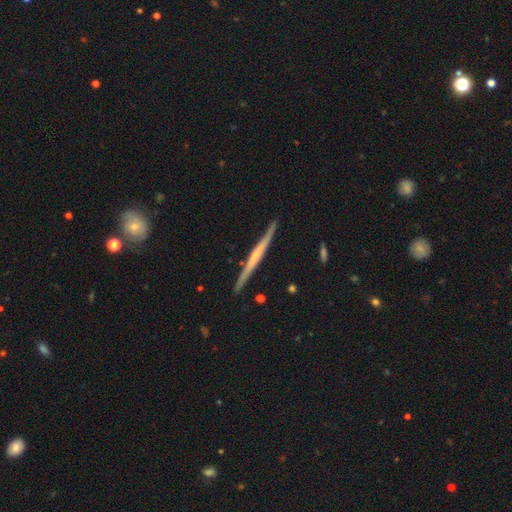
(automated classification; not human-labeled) smooth_or_featured: featured or disk (p=0.71) [alt: smooth p=0.24]
disk_edge_on: yes (p=0.98) [alt: no p=0.02]
edge_on_bulge: none (p=0.48) [alt: rounded p=0.40]
merging: none (p=0.89) [alt: minor disturbance p=0.08]